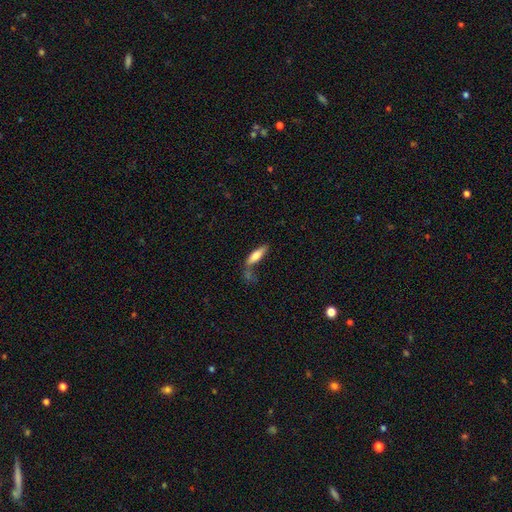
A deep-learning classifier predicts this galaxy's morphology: Overall: smooth (69%). How rounded: cigar-shaped (59%; in between 39%). Merging: none (52%; minor disturbance 21%).